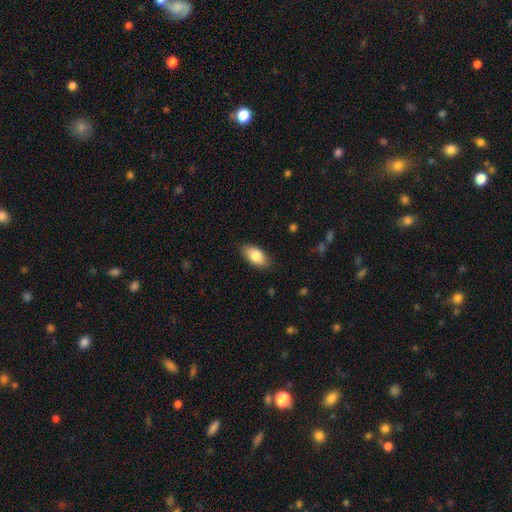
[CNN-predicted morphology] smooth 84%, featured or disk 10%, star or artifact 6%. Down the decision tree: how rounded — in between (93%); merging — none (87%).